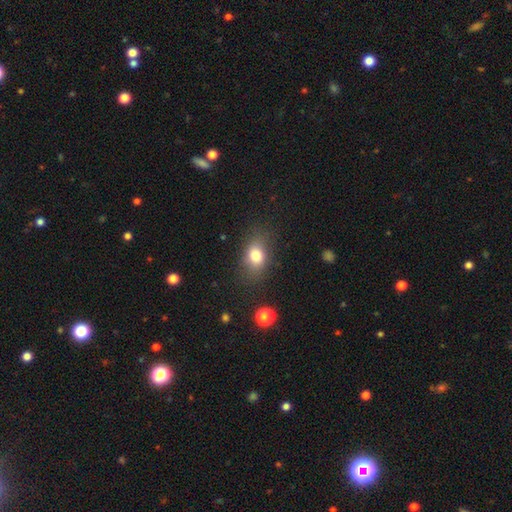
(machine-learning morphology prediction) Overall: smooth (79%). How rounded: in between (70%). Merging: none (75%).